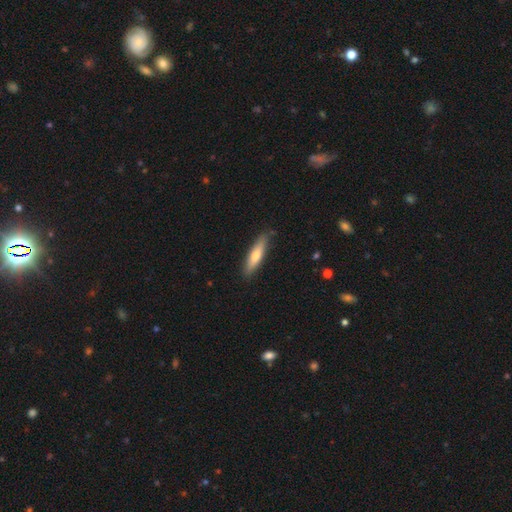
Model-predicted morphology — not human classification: This is likely a smooth galaxy (62%). How rounded: likely cigar-shaped (77%). Merging: clearly none (85%).